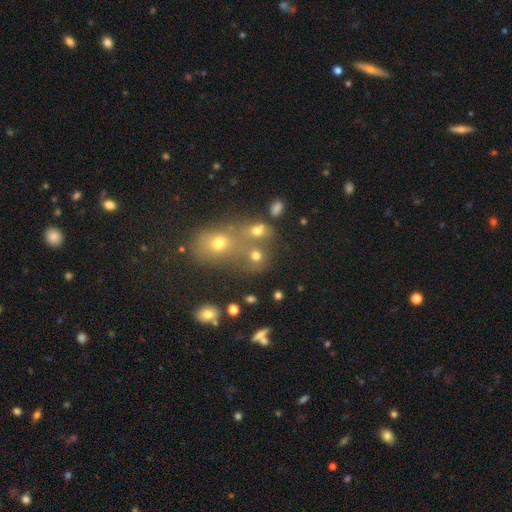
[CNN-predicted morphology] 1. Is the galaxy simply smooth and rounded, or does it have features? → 67% smooth, 20% star or artifact, 13% featured or disk.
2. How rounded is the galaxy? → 71% round, 27% in between, 2% cigar-shaped.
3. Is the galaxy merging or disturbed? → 44% merger, 42% none, 8% minor disturbance, 6% major disturbance.